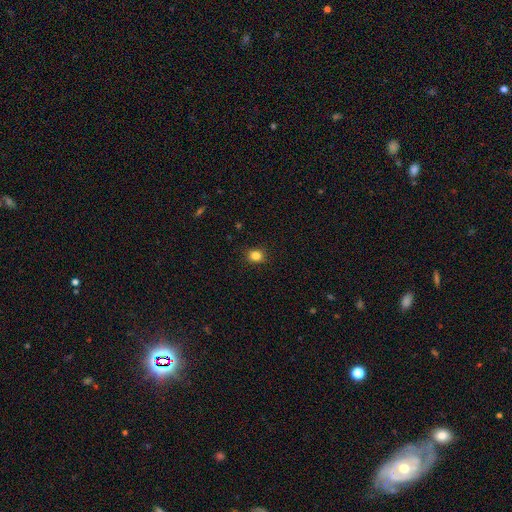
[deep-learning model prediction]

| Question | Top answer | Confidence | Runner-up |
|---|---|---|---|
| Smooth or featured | smooth | 84% | star or artifact (12%) |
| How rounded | round | 74% | in between (25%) |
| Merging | none | 90% | minor disturbance (7%) |